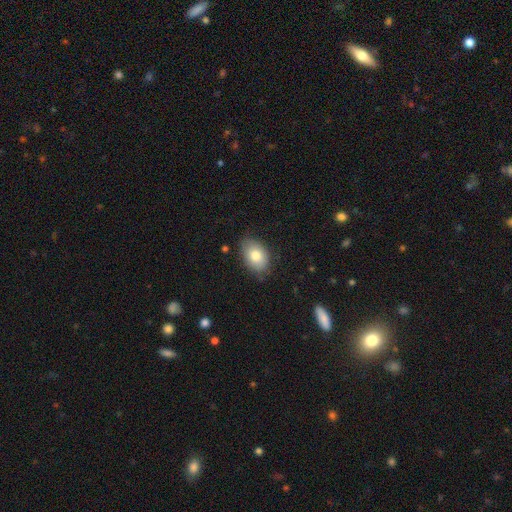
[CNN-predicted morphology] A smooth galaxy with no disk features (79%) that is in between round and cigar-shaped (83%).

Vote fractions:
- Smooth or featured? smooth: 79% / featured or disk: 13% / star or artifact: 8%
- How rounded? in between: 83% / round: 16% / cigar-shaped: 1%
- Merging? none: 78% / minor disturbance: 17% / major disturbance: 3% / merger: 1%